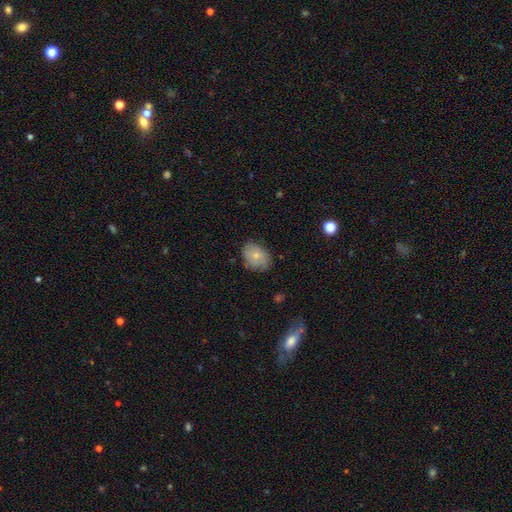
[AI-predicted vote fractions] Morphology: type=smooth (63%); roundness=in between (69%); merging=none (73%).